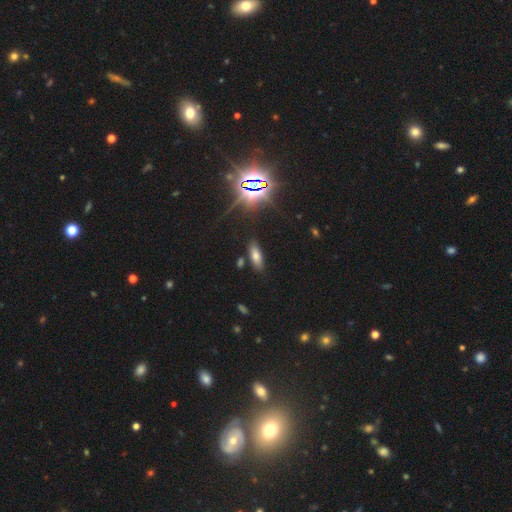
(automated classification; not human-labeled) Smooth or featured? Predicted: smooth (p=0.58). How rounded? Predicted: in between (p=0.70). Merging? Predicted: none (p=0.83).